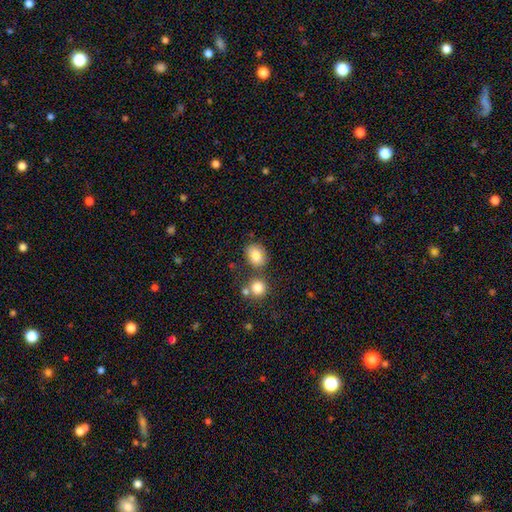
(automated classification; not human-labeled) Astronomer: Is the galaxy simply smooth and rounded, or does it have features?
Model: smooth — 80%.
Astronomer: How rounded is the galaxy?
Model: round — 50% (runner-up: in between, 49%).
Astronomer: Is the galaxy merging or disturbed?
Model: none — 57%.